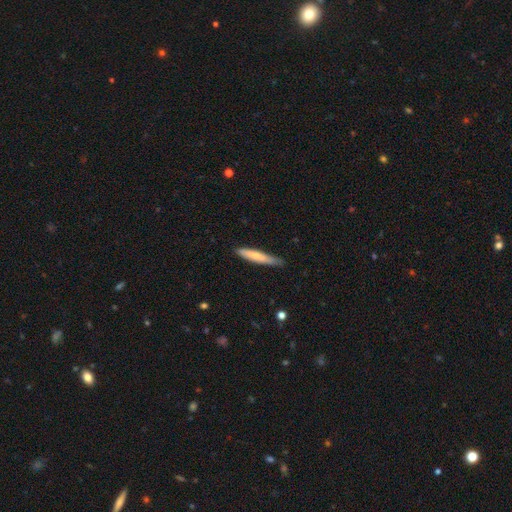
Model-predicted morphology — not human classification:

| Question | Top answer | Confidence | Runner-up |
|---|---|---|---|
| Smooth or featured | smooth | 71% | featured or disk (24%) |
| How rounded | cigar-shaped | 91% | in between (7%) |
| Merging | none | 76% | minor disturbance (20%) |